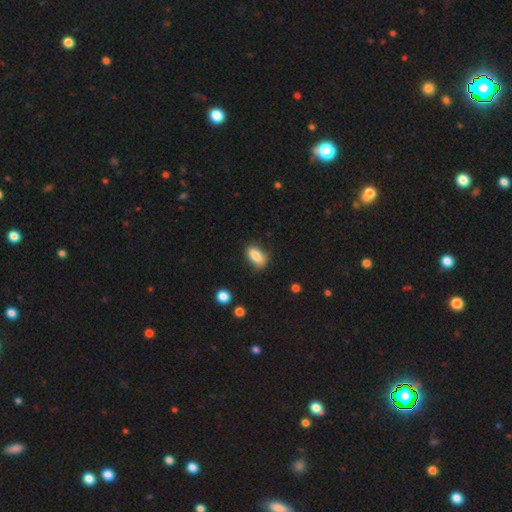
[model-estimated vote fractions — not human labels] Morphology: type=smooth (86%); roundness=in between (89%); merging=none (70%).